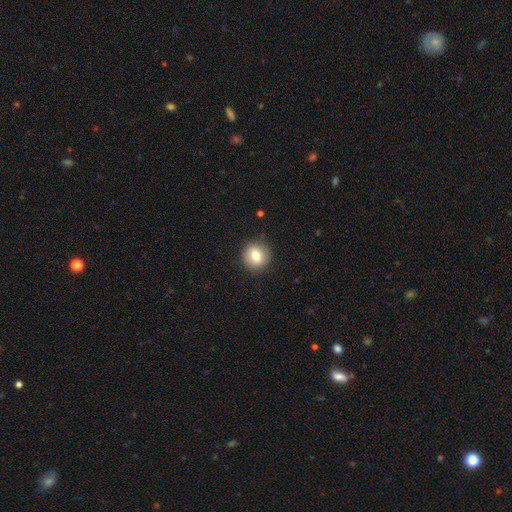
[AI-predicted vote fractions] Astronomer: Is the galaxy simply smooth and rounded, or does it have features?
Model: smooth — 78%.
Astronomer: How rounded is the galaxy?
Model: round — 88%.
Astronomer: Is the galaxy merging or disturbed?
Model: none — 90%.